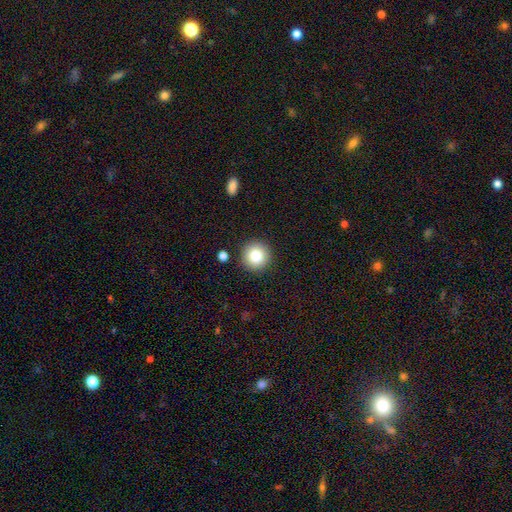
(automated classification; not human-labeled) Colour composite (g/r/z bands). It shows a smooth galaxy with no disk features (83%) that is round (95%). Merging: none (90%).